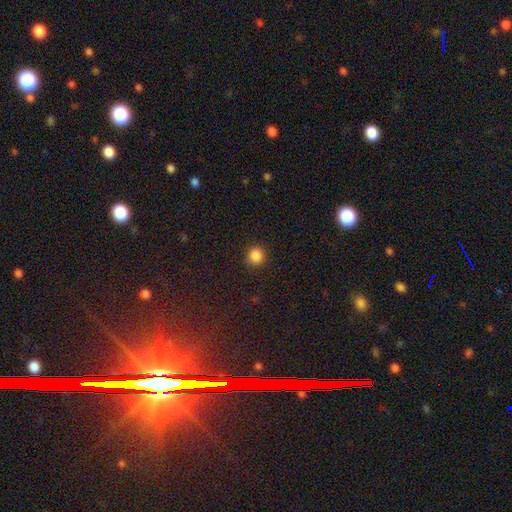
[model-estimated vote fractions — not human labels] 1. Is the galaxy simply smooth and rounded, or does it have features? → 86% smooth, 11% star or artifact, 3% featured or disk.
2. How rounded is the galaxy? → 91% round, 8% in between, 1% cigar-shaped.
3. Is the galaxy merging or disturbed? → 88% none, 8% minor disturbance, 3% major disturbance, 1% merger.